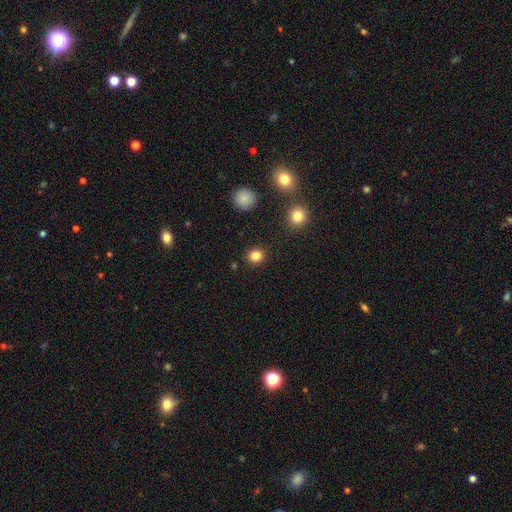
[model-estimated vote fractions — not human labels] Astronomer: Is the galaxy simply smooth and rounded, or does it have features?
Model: smooth — 83%.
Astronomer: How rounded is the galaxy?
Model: round — 85%.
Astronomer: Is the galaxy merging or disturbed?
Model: none — 90%.